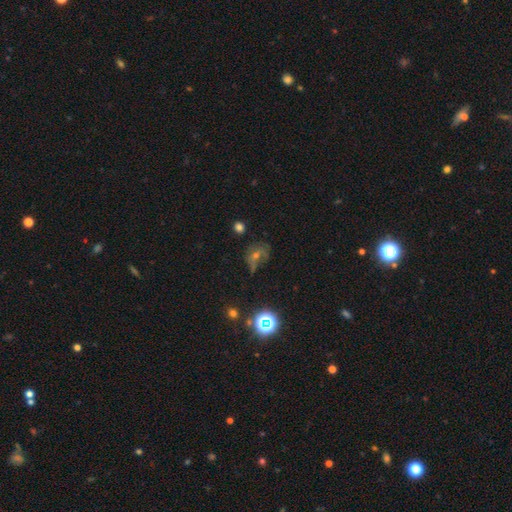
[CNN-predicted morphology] type=star or artifact (38%).